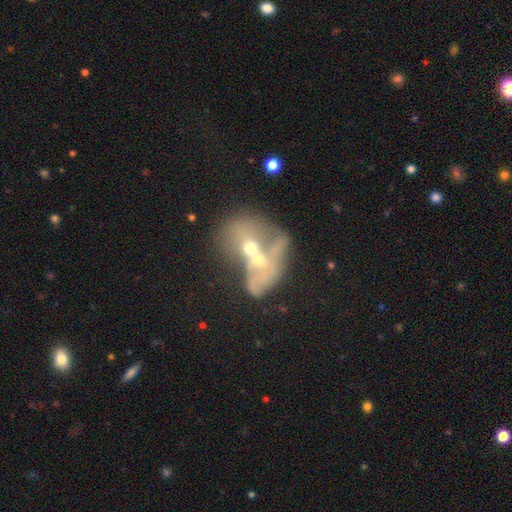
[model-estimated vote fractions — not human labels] featured or disk 53%, smooth 34%, star or artifact 13%. Down the decision tree: edge-on disk — no (94%); bar — no (84%); spiral arms — no (79%); bulge size — moderate (54%); merging — merger (81%).